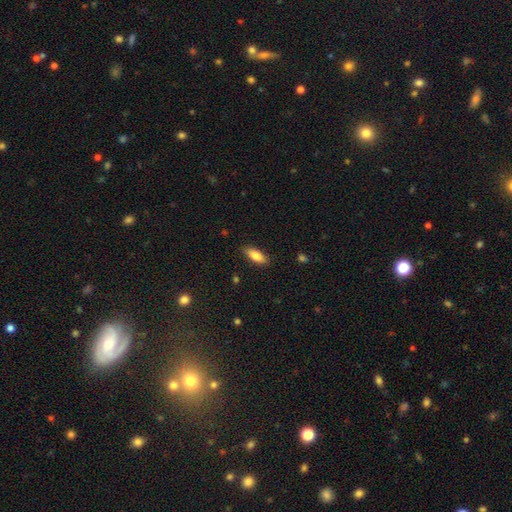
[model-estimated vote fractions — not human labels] Smooth or featured? smooth (84%)
How rounded? in between (73%)
Merging? none (86%)